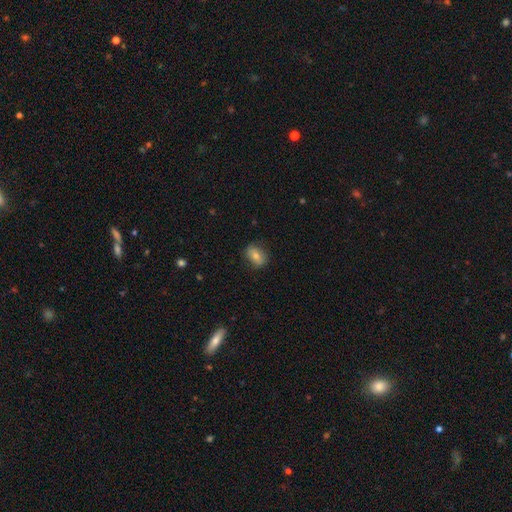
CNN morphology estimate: Smooth or featured?
  - smooth: 70% *
  - featured or disk: 20%
  - star or artifact: 10%
How rounded?
  - in between: 67% *
  - round: 32%
  - cigar-shaped: 2%
Merging?
  - none: 80% *
  - minor disturbance: 15%
  - major disturbance: 4%
  - merger: 1%